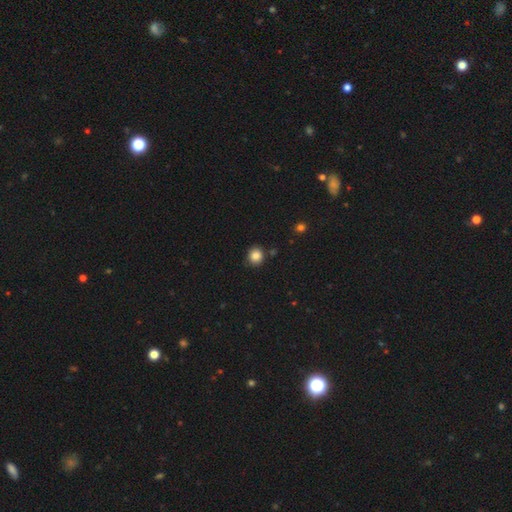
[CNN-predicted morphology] This is clearly a smooth galaxy (85%). How rounded: clearly round (85%). Merging: clearly none (87%).